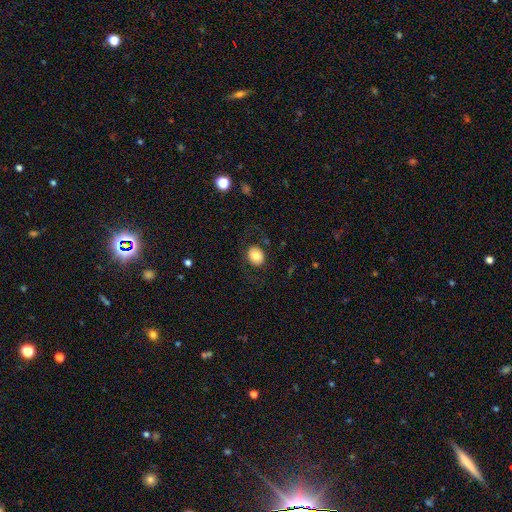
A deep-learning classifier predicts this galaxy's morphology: A smooth galaxy with no disk features (78%) that is round (59%). Merging: none (80%).